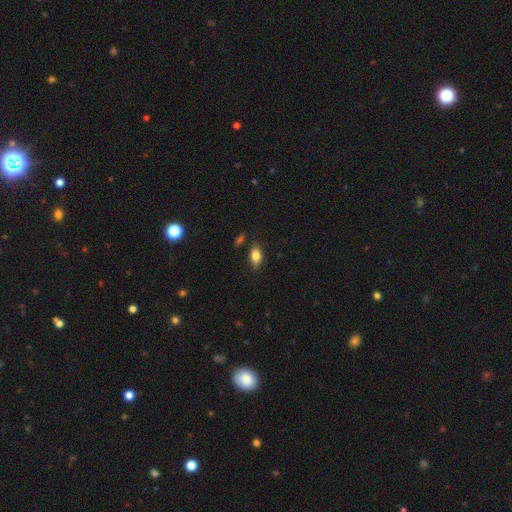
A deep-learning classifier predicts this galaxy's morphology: Q: Smooth or featured?
A: smooth (82%); runner-up: featured or disk (10%)
Q: How rounded?
A: in between (88%); runner-up: round (8%)
Q: Merging?
A: none (82%); runner-up: minor disturbance (12%)